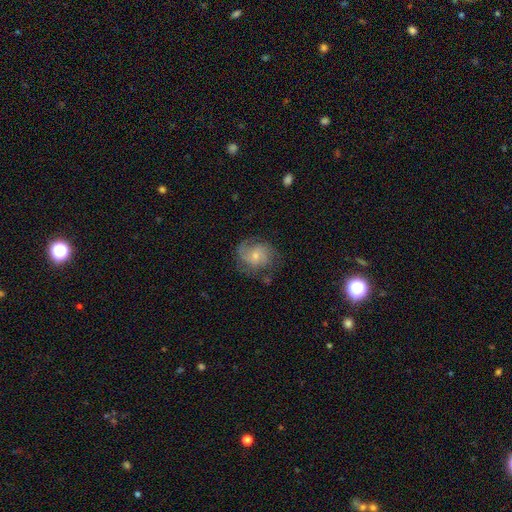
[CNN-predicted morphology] This appears to be a featured or disk galaxy (65%) with no bar (69%), 2 (35%) medium (44%) spiral arms (89%) and a small central bulge (62%). Merging: none (63%).